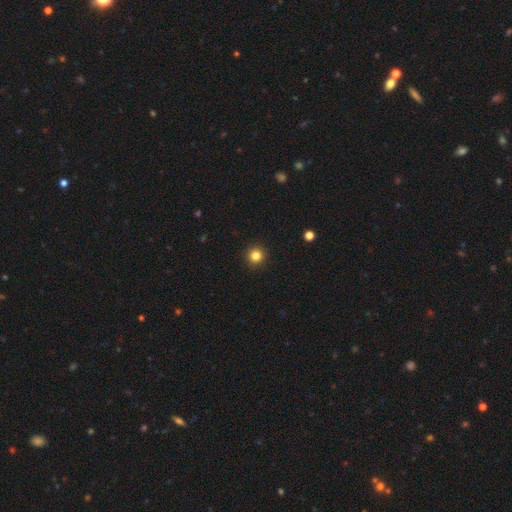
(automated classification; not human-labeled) Morphology: type=smooth (83%); roundness=round (95%); merging=none (93%).